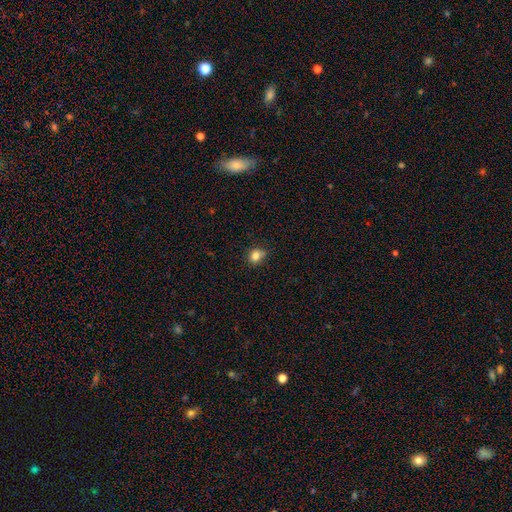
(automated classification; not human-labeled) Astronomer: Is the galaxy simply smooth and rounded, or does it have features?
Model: smooth — 83%.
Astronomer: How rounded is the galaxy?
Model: round — 76%.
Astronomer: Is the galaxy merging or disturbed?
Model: none — 73%.